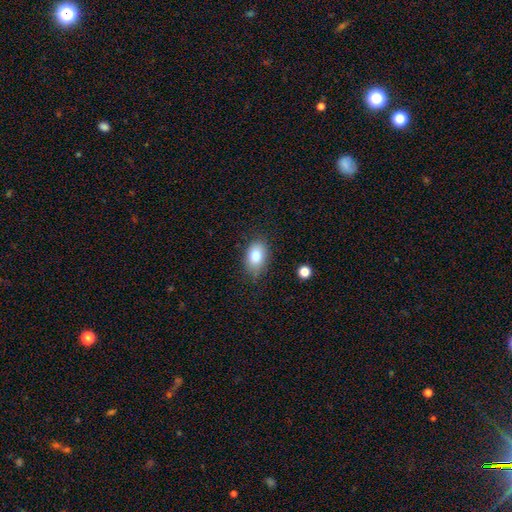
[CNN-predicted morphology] smooth 83%, featured or disk 9%, star or artifact 8%. Down the decision tree: how rounded — in between (88%); merging — none (79%).